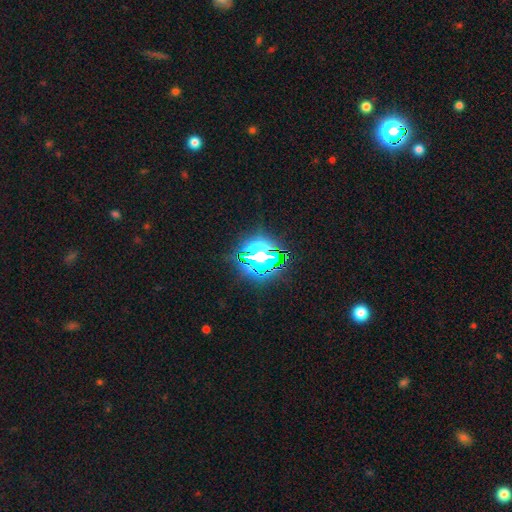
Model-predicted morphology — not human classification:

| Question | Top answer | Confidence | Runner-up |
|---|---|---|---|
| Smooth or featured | star or artifact | 68% | smooth (20%) |